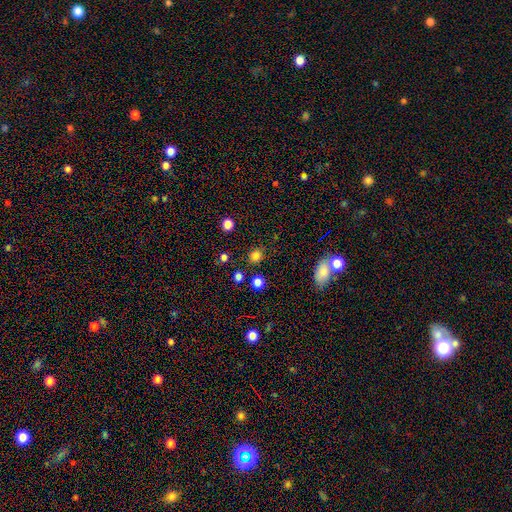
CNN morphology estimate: This appears to be a smooth galaxy with no disk features (79%) that is round (81%). Merging: none (84%).